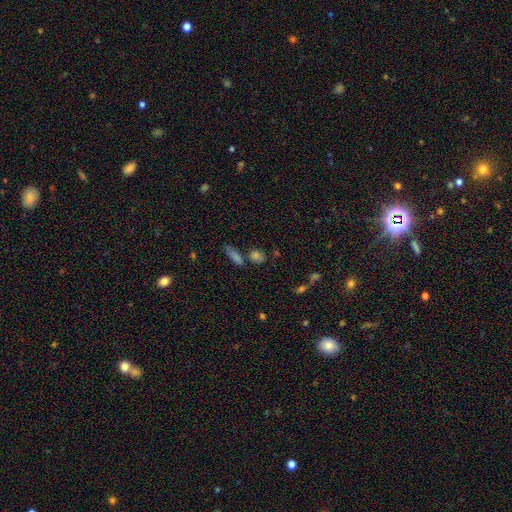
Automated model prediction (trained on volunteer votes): Q: Smooth or featured?
A: smooth (68%); runner-up: star or artifact (20%)
Q: How rounded?
A: in between (44%); runner-up: round (40%)
Q: Merging?
A: none (64%); runner-up: merger (18%)